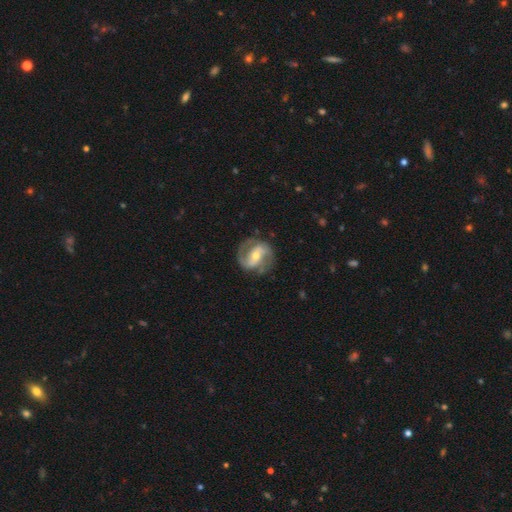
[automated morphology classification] Q: Smooth or featured?
A: featured or disk (86%); runner-up: smooth (9%)
Q: Edge-on disk?
A: no (98%); runner-up: yes (2%)
Q: Bar?
A: weak (39%); tied with: strong (39%)
Q: Spiral arms?
A: yes (95%); runner-up: no (5%)
Q: Spiral winding?
A: medium (53%); runner-up: tight (25%)
Q: Spiral arm count?
A: 2 (90%); runner-up: can't tell (4%)
Q: Bulge size?
A: moderate (53%); runner-up: small (42%)
Q: Merging?
A: none (78%); runner-up: minor disturbance (14%)